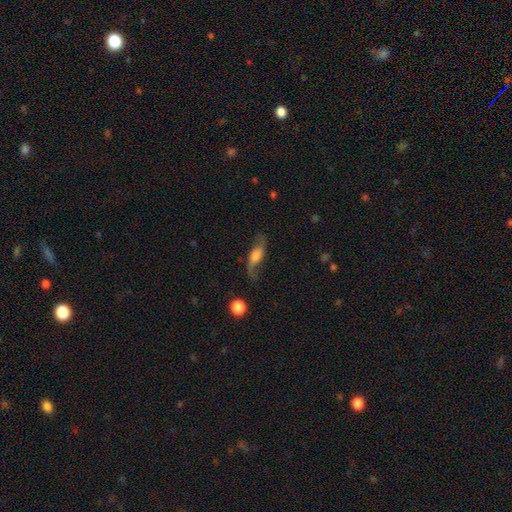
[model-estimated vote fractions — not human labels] Smooth or featured: featured or disk — 67% (smooth — 25%)
Edge-on disk: no — 79% (yes — 21%)
Bar: no — 51% (weak — 35%)
Spiral arms: yes — 91% (no — 9%)
Bulge size: large — 34% (moderate — 31%)
Merging: none — 68% (minor disturbance — 18%)